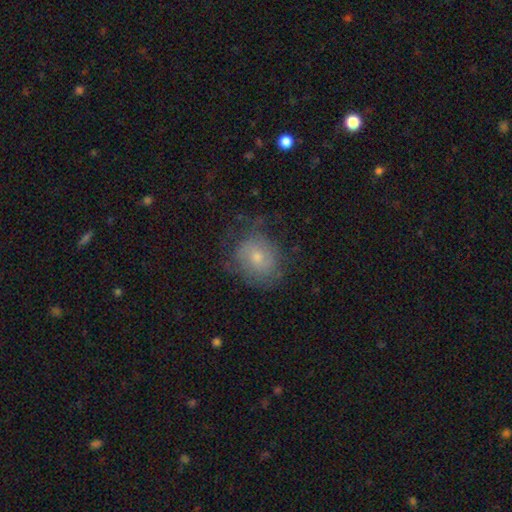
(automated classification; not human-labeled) smooth-or-featured: smooth: 42% | featured or disk: 37% | star or artifact: 21%
  merging: none: 69% | minor disturbance: 19% | major disturbance: 11% | merger: 1%